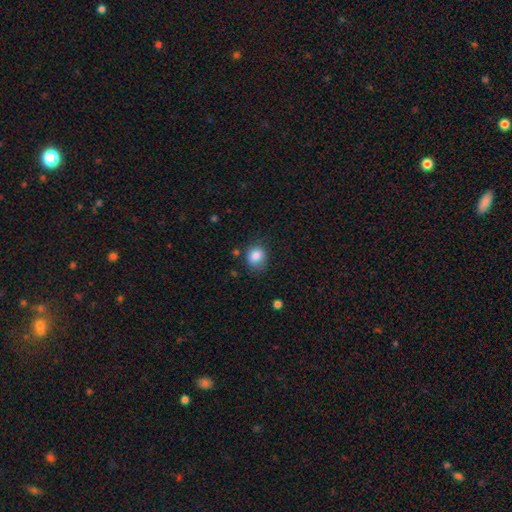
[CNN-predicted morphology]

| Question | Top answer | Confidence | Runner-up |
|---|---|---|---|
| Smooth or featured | smooth | 84% | star or artifact (9%) |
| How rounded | round | 66% | in between (34%) |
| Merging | none | 68% | minor disturbance (23%) |